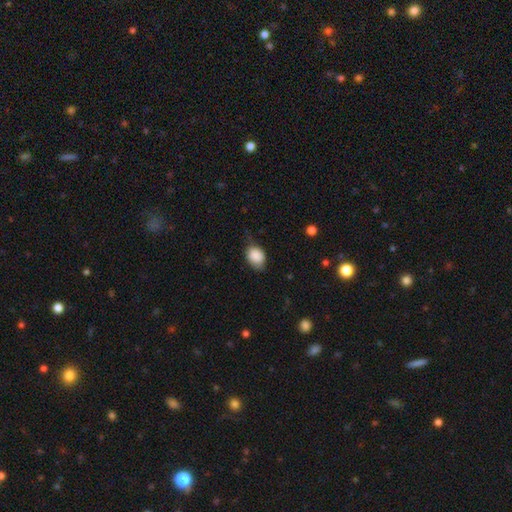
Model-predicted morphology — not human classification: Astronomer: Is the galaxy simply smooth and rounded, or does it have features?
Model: smooth — 85%.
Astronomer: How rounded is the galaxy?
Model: in between — 65%.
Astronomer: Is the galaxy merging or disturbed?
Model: none — 54% (runner-up: minor disturbance, 34%).